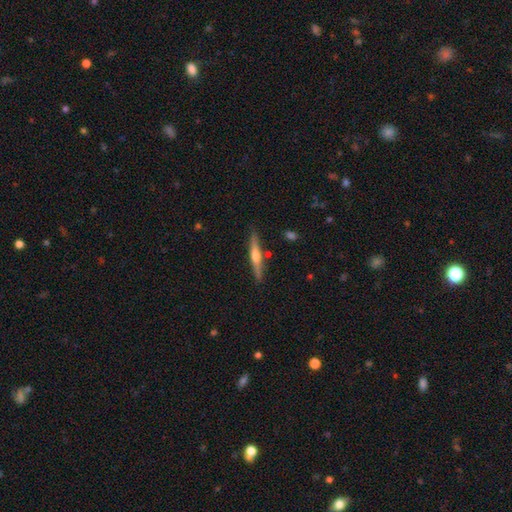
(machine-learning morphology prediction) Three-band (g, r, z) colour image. It shows a featured or disk galaxy (60%) viewed edge-on (96%) with a rounded central bulge (85%). Merging: none (85%).